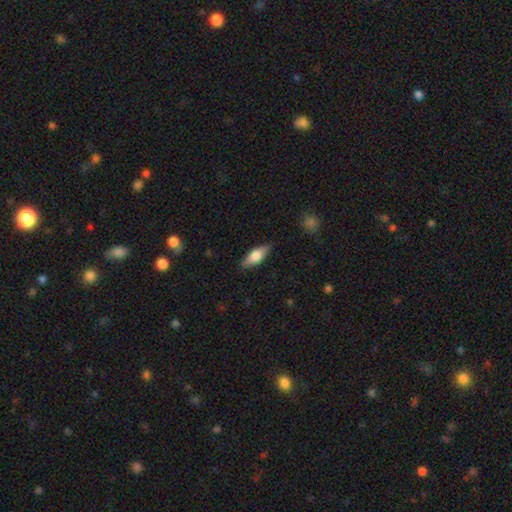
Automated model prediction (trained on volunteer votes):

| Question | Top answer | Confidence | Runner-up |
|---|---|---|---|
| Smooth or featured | smooth | 62% | featured or disk (31%) |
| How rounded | in between | 62% | cigar-shaped (35%) |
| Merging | none | 85% | minor disturbance (11%) |